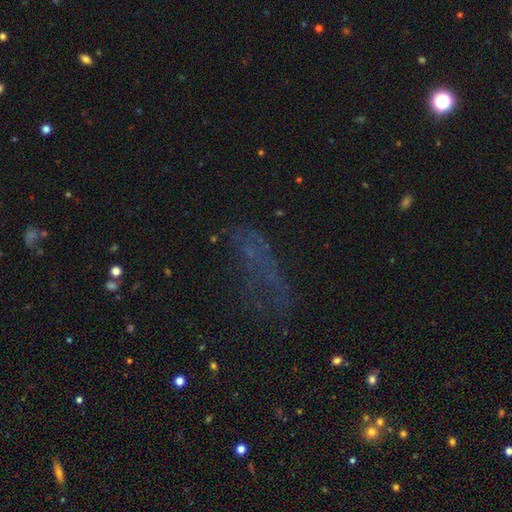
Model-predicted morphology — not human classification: Smooth or featured: star or artifact — 38% (smooth — 34%)